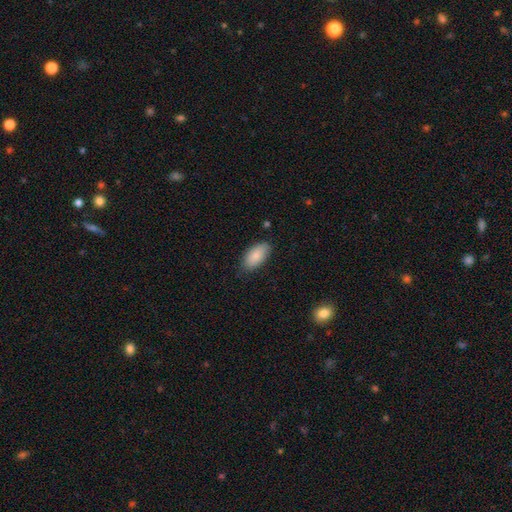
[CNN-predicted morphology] The model was most divided on "merging": none: 80%, minor disturbance: 16%, major disturbance: 3%, merger: 1%. More confident: how rounded — in between (93%); smooth or featured — smooth (87%).